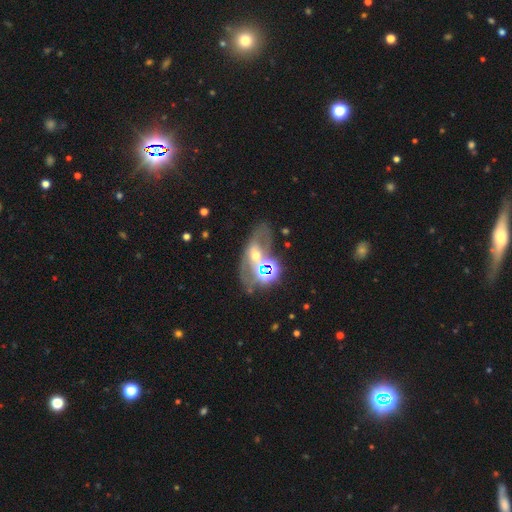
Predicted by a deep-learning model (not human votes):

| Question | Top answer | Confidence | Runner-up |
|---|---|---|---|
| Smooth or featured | featured or disk | 50% | star or artifact (25%) |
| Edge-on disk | no | 90% | yes (10%) |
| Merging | none | 49% | merger (18%) |